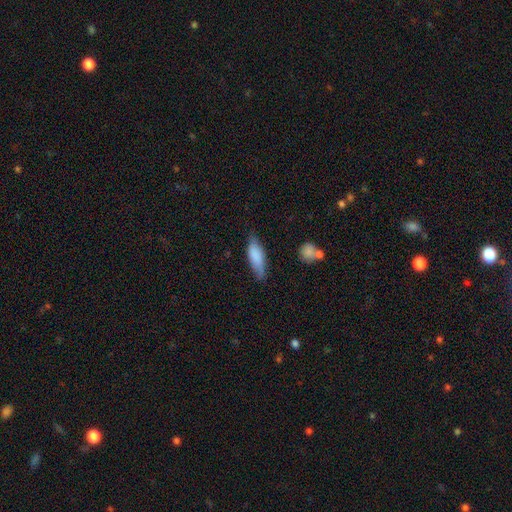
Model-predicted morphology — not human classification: smooth-or-featured: smooth: 78% | featured or disk: 16% | star or artifact: 6%
  how-rounded: in between: 60% | cigar-shaped: 38% | round: 2%
  merging: none: 66% | minor disturbance: 26% | major disturbance: 5% | merger: 2%